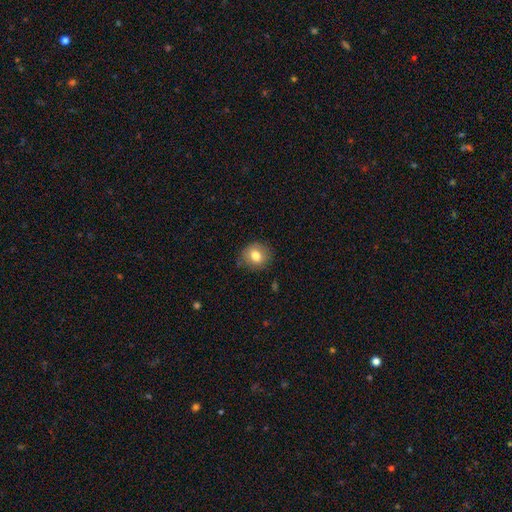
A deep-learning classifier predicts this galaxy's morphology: This appears to be a smooth galaxy with no disk features (78%) that is round (75%). Merging: none (82%).